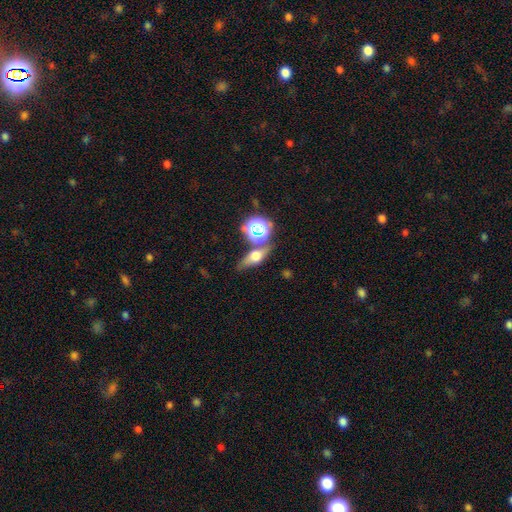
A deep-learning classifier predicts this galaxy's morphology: Smooth or featured?
  - smooth: 46% *
  - featured or disk: 34%
  - star or artifact: 20%
Merging?
  - none: 65% *
  - merger: 16%
  - minor disturbance: 13%
  - major disturbance: 6%